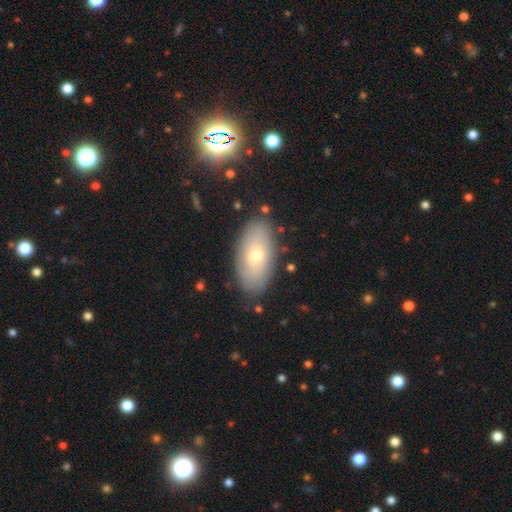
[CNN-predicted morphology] A smooth galaxy with no disk features (61%) that is in between round and cigar-shaped (92%). Merging: none (84%).